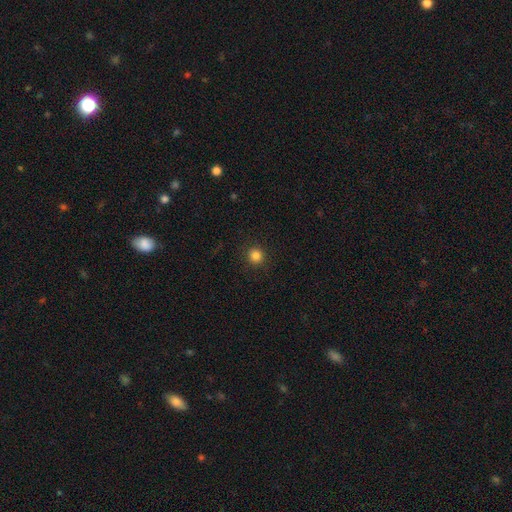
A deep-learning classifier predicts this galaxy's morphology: Smooth or featured? Predicted: smooth (p=0.84). How rounded? Predicted: round (p=0.94). Merging? Predicted: none (p=0.91).